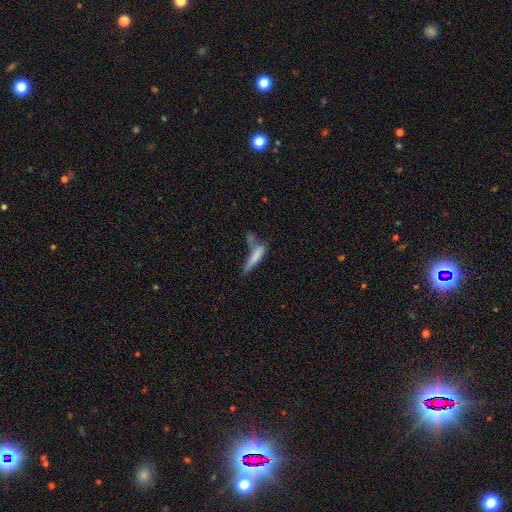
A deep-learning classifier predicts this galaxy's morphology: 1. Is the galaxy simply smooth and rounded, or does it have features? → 70% smooth, 22% featured or disk, 8% star or artifact.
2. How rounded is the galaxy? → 82% cigar-shaped, 16% in between, 2% round.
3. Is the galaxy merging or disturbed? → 37% none, 32% merger, 18% minor disturbance, 12% major disturbance.